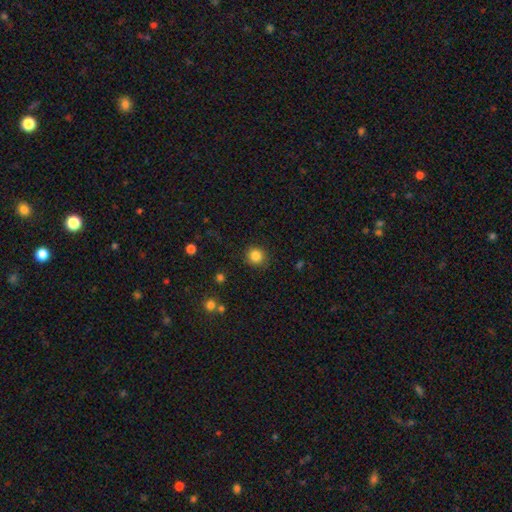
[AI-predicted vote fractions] This appears to be a smooth galaxy with no disk features (85%) that is round (89%). Merging: none (89%).